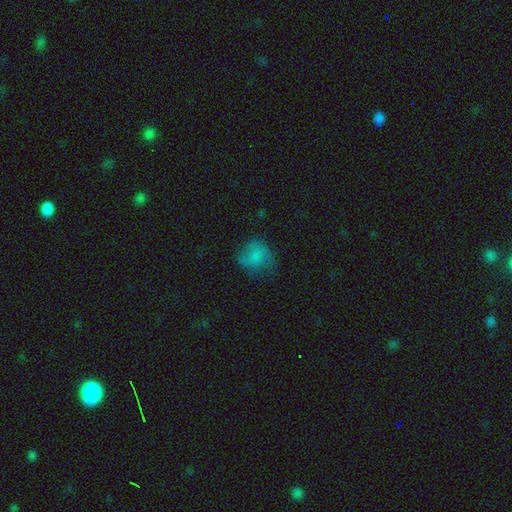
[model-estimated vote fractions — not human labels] Q: Smooth or featured?
A: smooth (69%); runner-up: featured or disk (18%)
Q: How rounded?
A: round (72%); runner-up: in between (27%)
Q: Merging?
A: none (54%); runner-up: minor disturbance (27%)